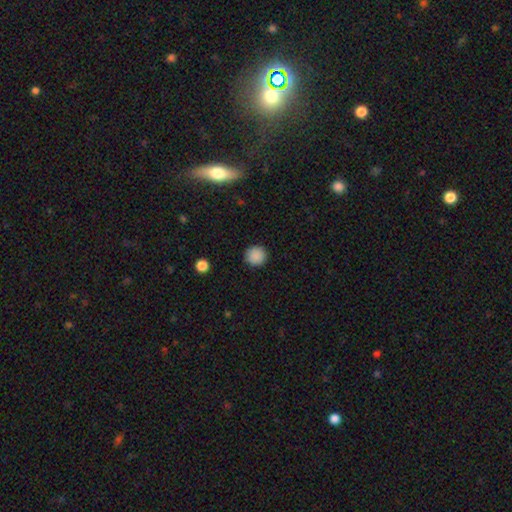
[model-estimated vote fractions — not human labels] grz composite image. It shows a smooth galaxy with no disk features (88%) that is round (95%). Merging: none (92%).